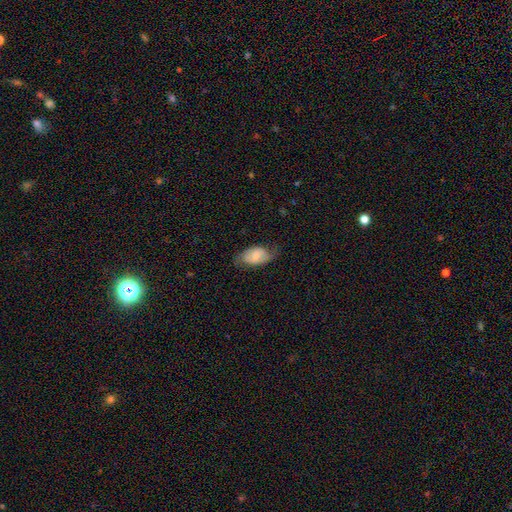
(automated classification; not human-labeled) Overall: smooth (54%; featured or disk 39%). How rounded: in between (89%). Merging: none (61%; minor disturbance 26%).